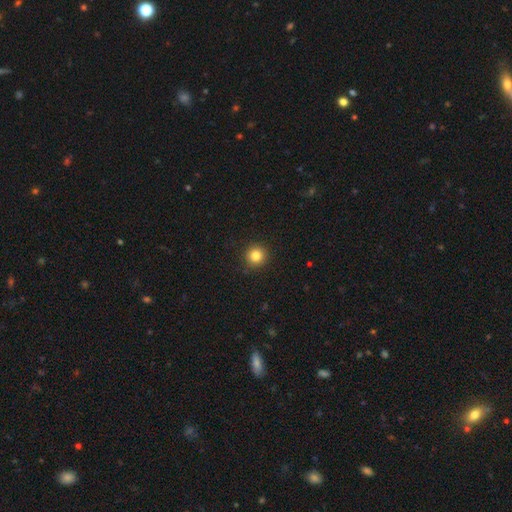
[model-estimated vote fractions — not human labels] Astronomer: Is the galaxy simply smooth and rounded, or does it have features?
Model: smooth — 83%.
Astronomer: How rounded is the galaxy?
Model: round — 95%.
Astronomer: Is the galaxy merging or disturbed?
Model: none — 92%.